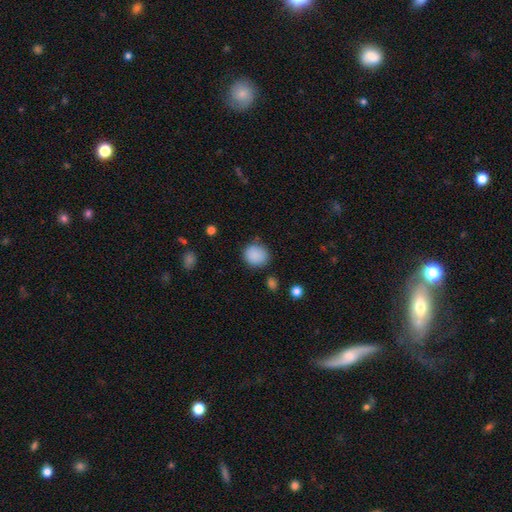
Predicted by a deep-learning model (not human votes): Overall: smooth (88%). How rounded: round (83%). Merging: none (81%).